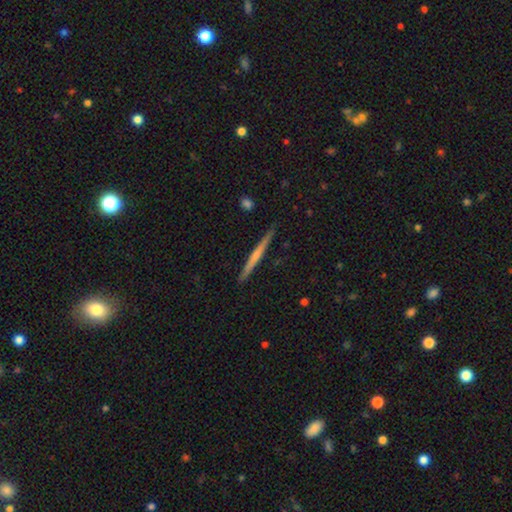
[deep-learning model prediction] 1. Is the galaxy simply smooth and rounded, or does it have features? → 54% featured or disk, 40% smooth, 6% star or artifact.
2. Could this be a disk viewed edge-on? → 98% yes, 2% no.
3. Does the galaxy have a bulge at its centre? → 59% none, 34% rounded, 7% boxy.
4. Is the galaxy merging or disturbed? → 90% none, 7% minor disturbance, 1% major disturbance, 1% merger.